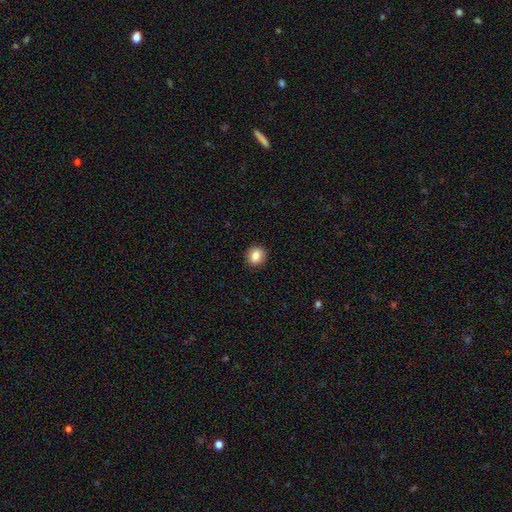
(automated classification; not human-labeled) Overall: smooth (84%). How rounded: round (75%). Merging: none (91%).